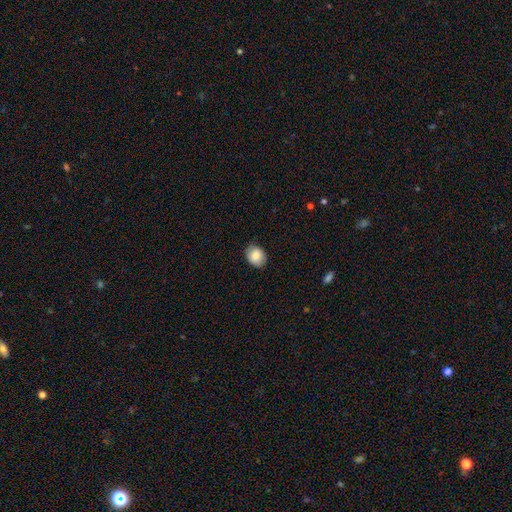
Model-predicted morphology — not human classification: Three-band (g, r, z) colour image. It shows a smooth galaxy with no disk features (83%) that is in between round and cigar-shaped (51%). Merging: none (82%).